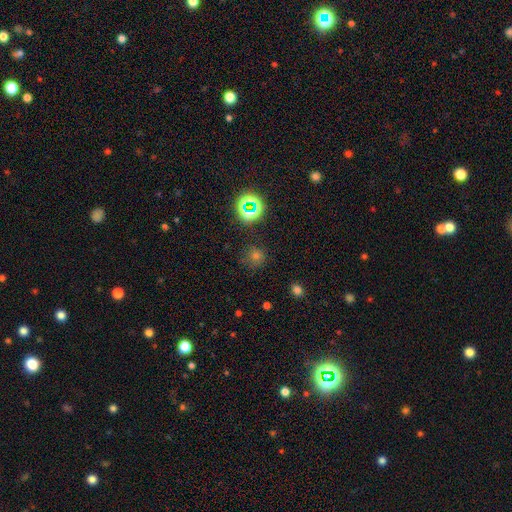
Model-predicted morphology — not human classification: Q: Smooth or featured?
A: smooth (56%); runner-up: star or artifact (37%)
Q: How rounded?
A: round (93%); runner-up: in between (6%)
Q: Merging?
A: none (84%); runner-up: minor disturbance (10%)